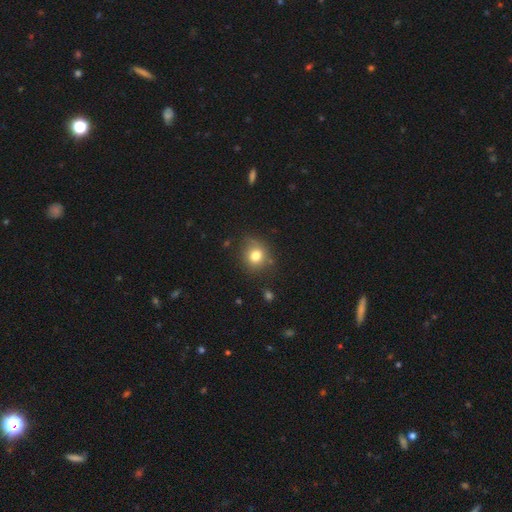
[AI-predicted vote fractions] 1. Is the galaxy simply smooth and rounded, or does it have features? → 78% smooth, 12% star or artifact, 10% featured or disk.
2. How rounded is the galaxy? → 78% round, 21% in between, 1% cigar-shaped.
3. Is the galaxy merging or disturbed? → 77% none, 16% minor disturbance, 4% major disturbance, 3% merger.